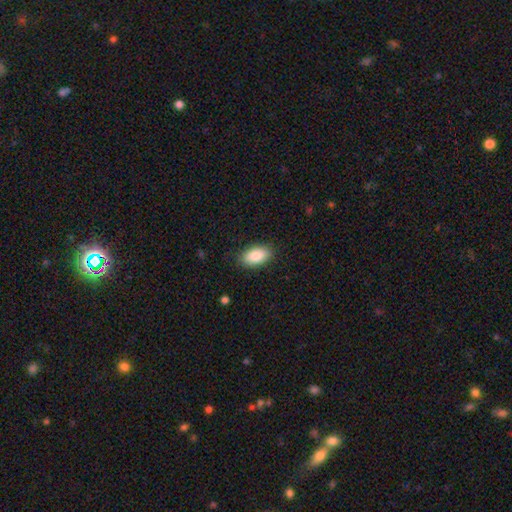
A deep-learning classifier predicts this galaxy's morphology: Smooth or featured? smooth (86%)
How rounded? in between (93%)
Merging? none (87%)